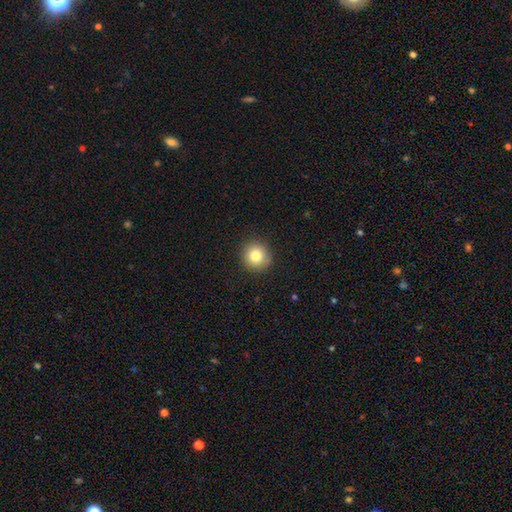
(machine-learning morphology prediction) smooth 80%, star or artifact 11%, featured or disk 9%. Down the decision tree: how rounded — round (94%); merging — none (90%).